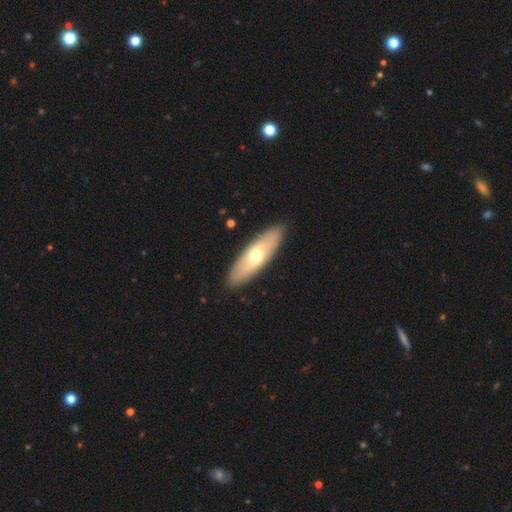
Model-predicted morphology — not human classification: Q: Smooth or featured?
A: smooth (51%); runner-up: featured or disk (44%)
Q: How rounded?
A: in between (52%); runner-up: cigar-shaped (46%)
Q: Merging?
A: none (90%); runner-up: minor disturbance (7%)